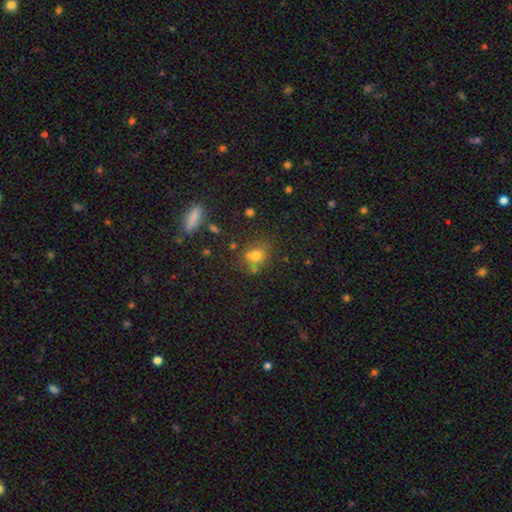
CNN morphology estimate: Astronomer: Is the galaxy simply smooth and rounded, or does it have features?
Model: smooth — 69%.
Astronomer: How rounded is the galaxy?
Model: round — 66%.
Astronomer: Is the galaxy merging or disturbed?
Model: none — 59%.